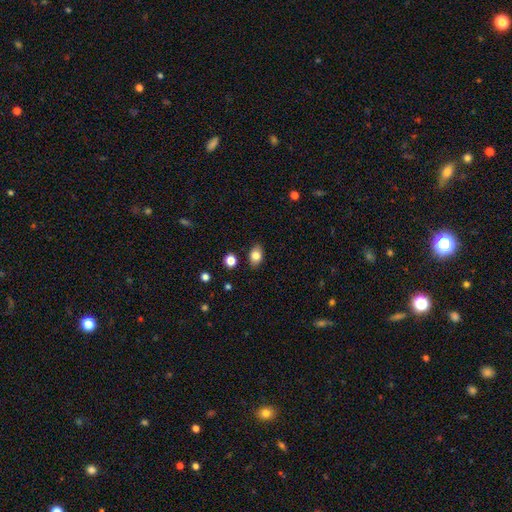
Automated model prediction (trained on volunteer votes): Morphology: type=smooth (81%); roundness=in between (82%); merging=none (86%).